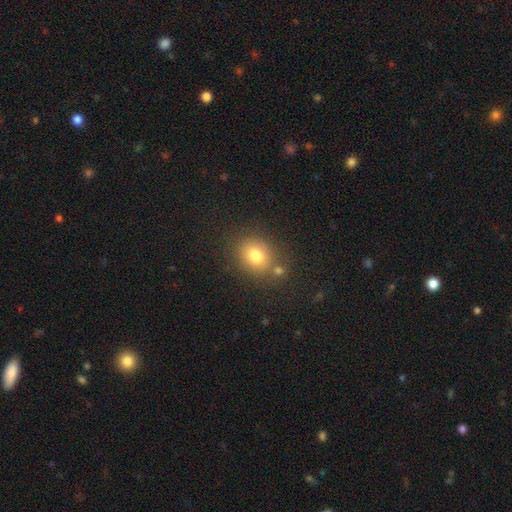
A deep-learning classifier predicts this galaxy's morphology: Smooth or featured?
  - smooth: 78% *
  - star or artifact: 12%
  - featured or disk: 10%
How rounded?
  - round: 65% *
  - in between: 34%
  - cigar-shaped: 1%
Merging?
  - none: 71% *
  - merger: 13%
  - minor disturbance: 12%
  - major disturbance: 4%